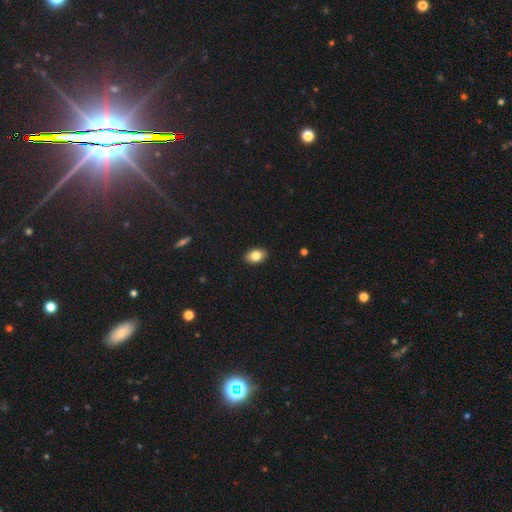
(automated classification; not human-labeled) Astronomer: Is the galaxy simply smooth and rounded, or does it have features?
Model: smooth — 83%.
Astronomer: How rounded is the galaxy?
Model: in between — 84%.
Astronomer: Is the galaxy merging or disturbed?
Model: none — 90%.